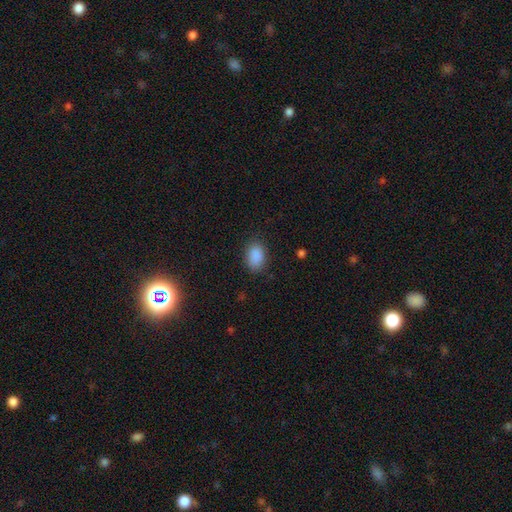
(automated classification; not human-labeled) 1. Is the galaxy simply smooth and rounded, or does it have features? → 89% smooth, 8% star or artifact, 3% featured or disk.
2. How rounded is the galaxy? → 85% in between, 14% round, 1% cigar-shaped.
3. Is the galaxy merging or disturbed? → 84% none, 12% minor disturbance, 3% major disturbance, 1% merger.